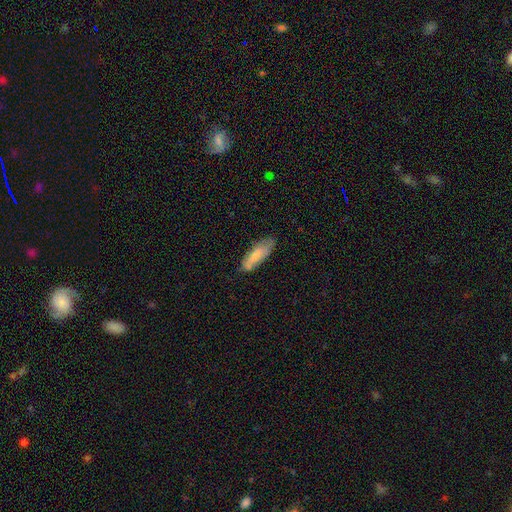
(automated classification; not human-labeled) Q: Smooth or featured?
A: smooth (64%); runner-up: featured or disk (29%)
Q: How rounded?
A: in between (56%); runner-up: cigar-shaped (42%)
Q: Merging?
A: none (66%); runner-up: minor disturbance (26%)